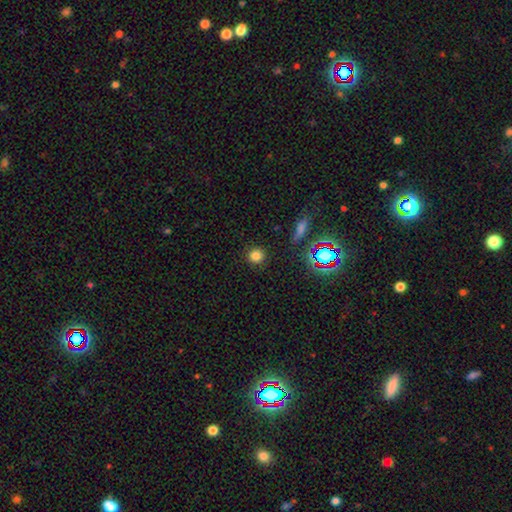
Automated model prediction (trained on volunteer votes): smooth-or-featured: smooth: 78% | star or artifact: 16% | featured or disk: 6%
  how-rounded: round: 93% | in between: 6% | cigar-shaped: 1%
  merging: none: 90% | minor disturbance: 6% | major disturbance: 2% | merger: 2%